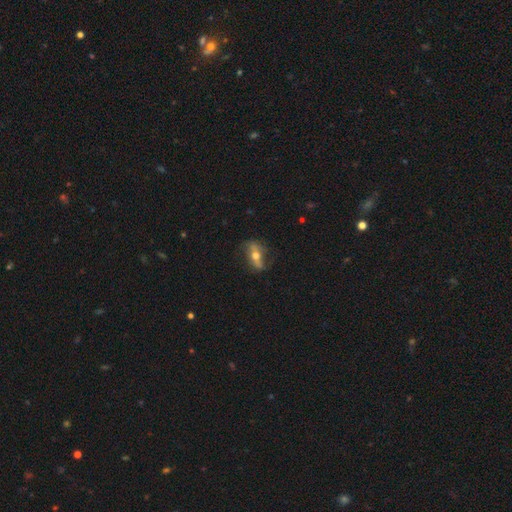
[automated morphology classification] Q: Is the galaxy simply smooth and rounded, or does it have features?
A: featured or disk — 58%.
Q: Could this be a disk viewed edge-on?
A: no — 59%.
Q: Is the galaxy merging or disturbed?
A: none — 71%.